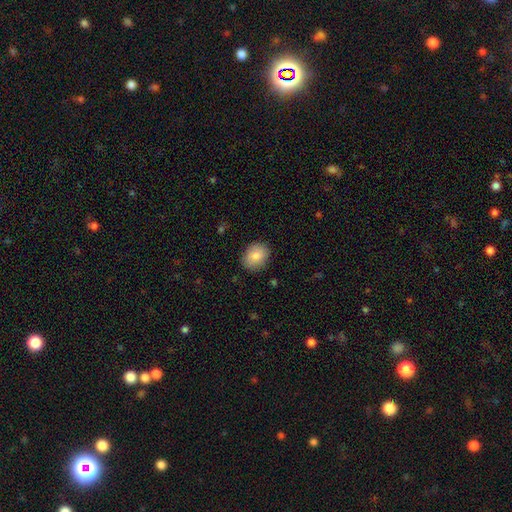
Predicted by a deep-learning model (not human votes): Morphology: type=smooth (85%); roundness=in between (54%); merging=none (87%).